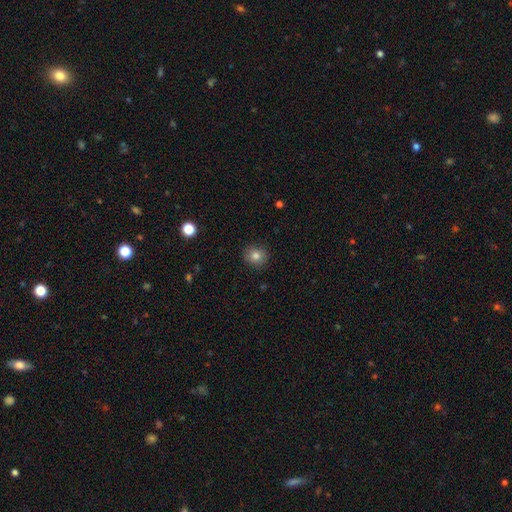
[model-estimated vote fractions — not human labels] A smooth galaxy with no disk features (81%) that is round (84%). Merging: none (89%).